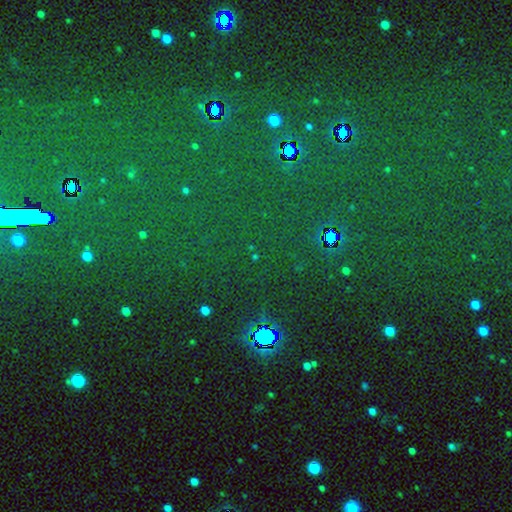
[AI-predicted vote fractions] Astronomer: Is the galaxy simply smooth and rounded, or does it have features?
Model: star or artifact — 83%.